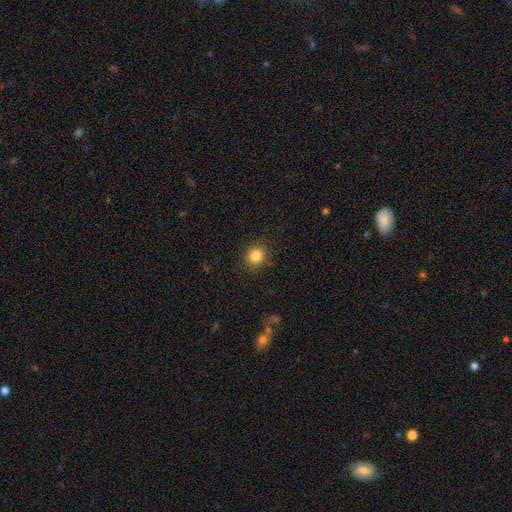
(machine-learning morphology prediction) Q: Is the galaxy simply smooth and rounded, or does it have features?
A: smooth — 84%.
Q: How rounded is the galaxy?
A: round — 76%.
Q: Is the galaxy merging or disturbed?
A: none — 87%.